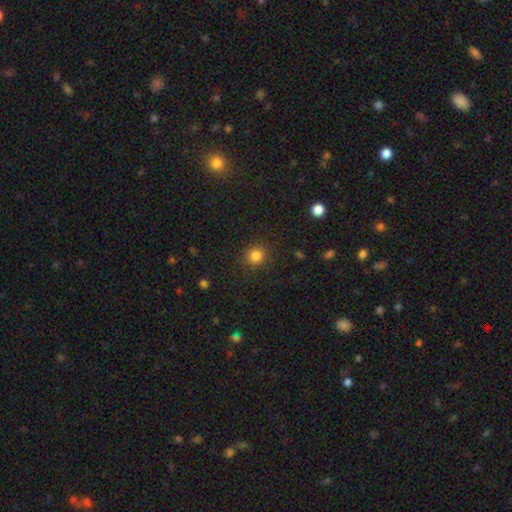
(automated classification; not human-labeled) smooth_or_featured: smooth (p=0.83) [alt: star or artifact p=0.12]
how_rounded: round (p=0.88) [alt: in between p=0.12]
merging: none (p=0.88) [alt: minor disturbance p=0.08]